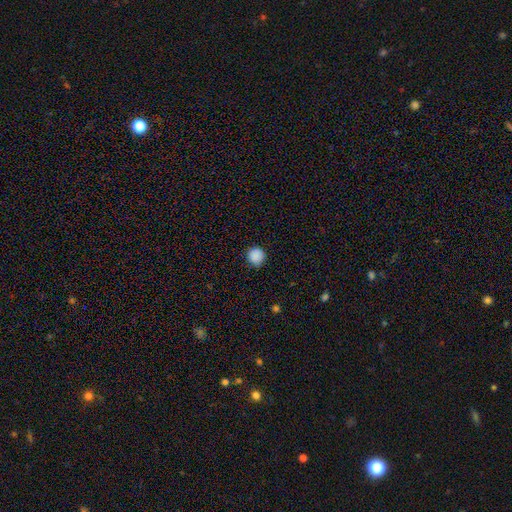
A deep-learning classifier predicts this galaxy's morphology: smooth_or_featured: smooth (p=0.88) [alt: star or artifact p=0.09]
how_rounded: round (p=0.92) [alt: in between p=0.07]
merging: none (p=0.84) [alt: minor disturbance p=0.12]